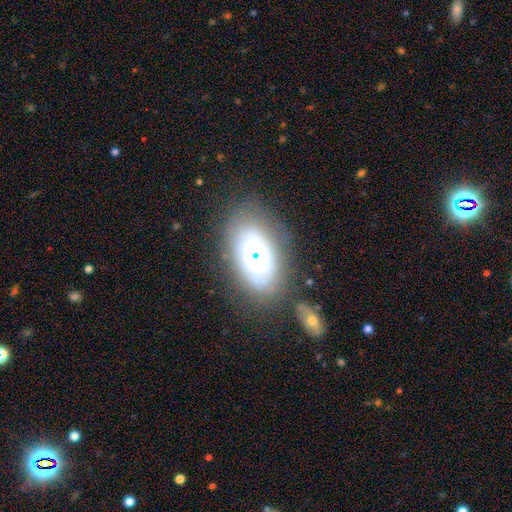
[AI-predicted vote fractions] A featured or disk galaxy (51%).

Vote fractions:
- Smooth or featured? featured or disk: 51% / smooth: 36% / star or artifact: 12%
- Edge-on disk? no: 89% / yes: 11%
- Merging? none: 68% / minor disturbance: 17% / major disturbance: 8% / merger: 7%